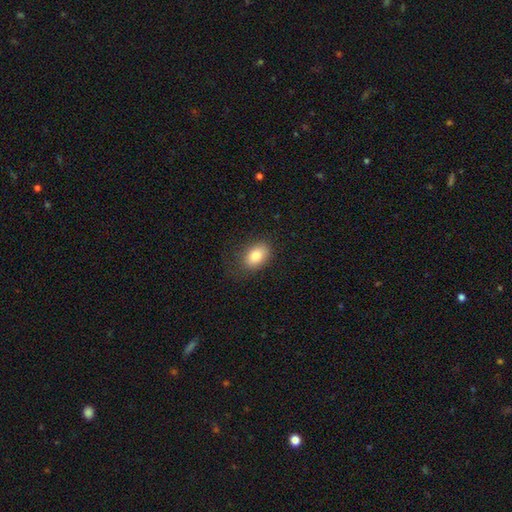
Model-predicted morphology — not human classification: Overall: smooth (81%). How rounded: in between (82%). Merging: none (79%).